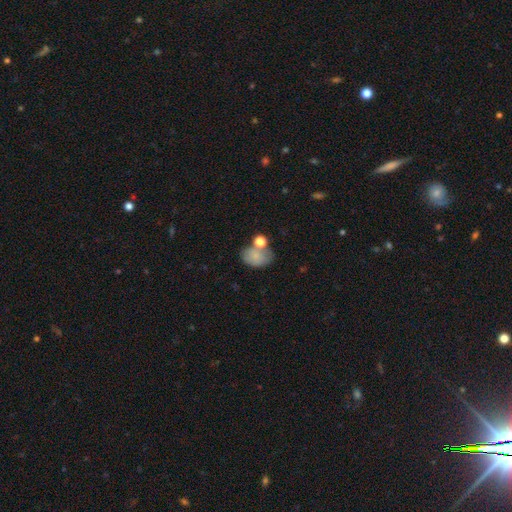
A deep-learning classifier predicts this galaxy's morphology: smooth 75%, featured or disk 14%, star or artifact 10%. Down the decision tree: how rounded — in between (68%); merging — none (43%).